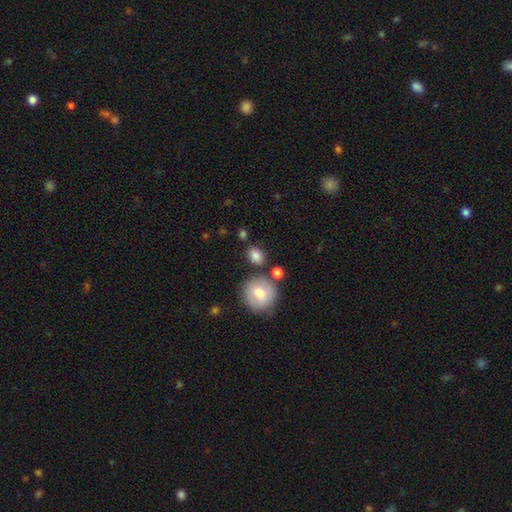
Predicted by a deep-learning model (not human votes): Smooth or featured? Predicted: smooth (p=0.83). How rounded? Predicted: round (p=0.52). Merging? Predicted: none (p=0.74).